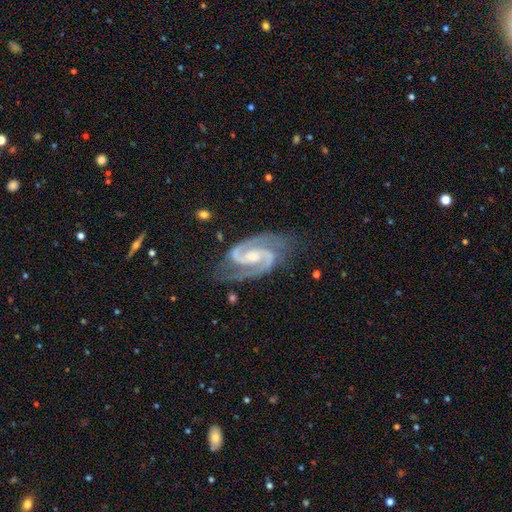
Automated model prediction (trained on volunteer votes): This is clearly a featured or disk galaxy (93%). It is clearly not viewed edge-on (98%). Bar: possibly weak (49%). Spiral arm pattern: clearly yes (99%). Spiral arm count: clearly 2 (94%). Spiral winding: likely medium (62%). Central bulge: possibly small (46%). Merging: likely none (79%).